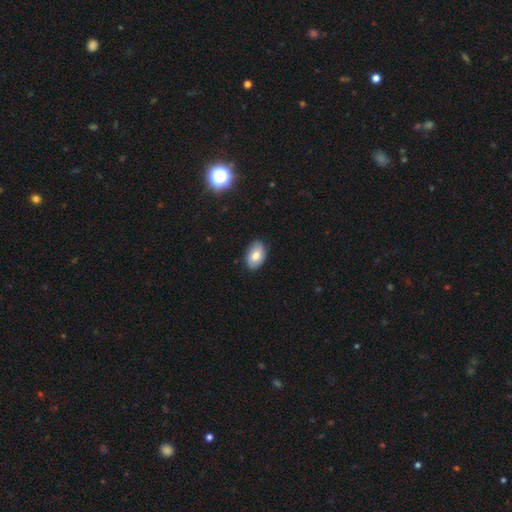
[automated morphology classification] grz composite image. It shows a smooth galaxy with no disk features (69%) that is in between round and cigar-shaped (90%). Merging: none (83%).